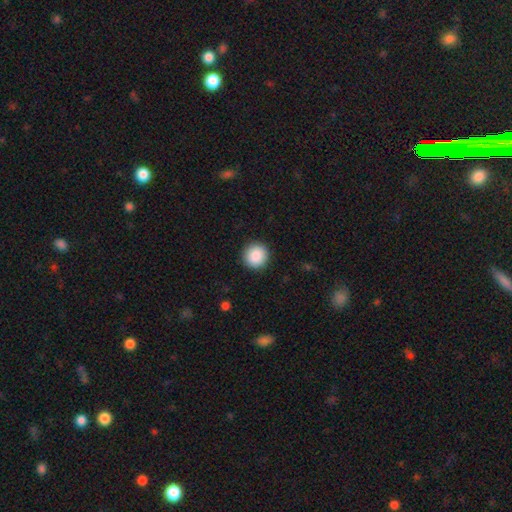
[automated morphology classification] A smooth galaxy with no disk features (89%) that is round (94%).

Vote fractions:
- Smooth or featured? smooth: 89% / star or artifact: 8% / featured or disk: 3%
- How rounded? round: 94% / in between: 5% / cigar-shaped: 1%
- Merging? none: 92% / minor disturbance: 5% / major disturbance: 2% / merger: 1%